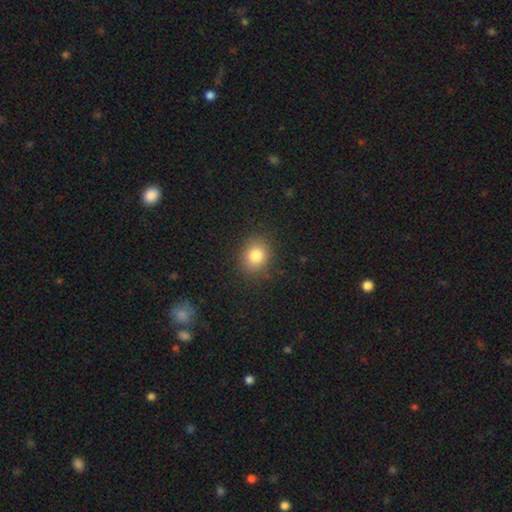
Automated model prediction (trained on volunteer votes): smooth-or-featured: smooth: 82% | star or artifact: 11% | featured or disk: 8%
  how-rounded: round: 60% | in between: 39% | cigar-shaped: 1%
  merging: none: 87% | minor disturbance: 9% | major disturbance: 3% | merger: 1%